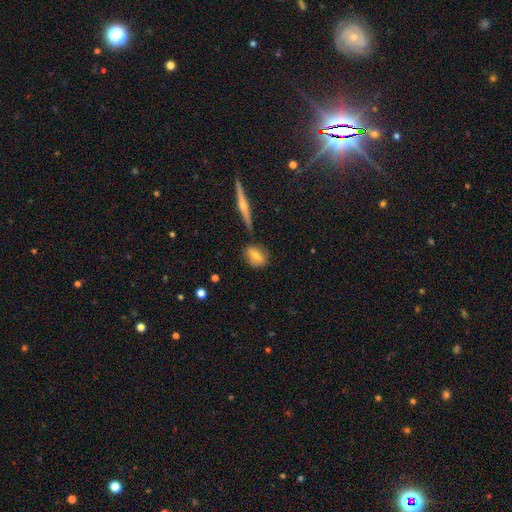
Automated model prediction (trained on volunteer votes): Overall: smooth (61%; featured or disk 31%). How rounded: in between (64%; round 25%). Merging: none (75%).